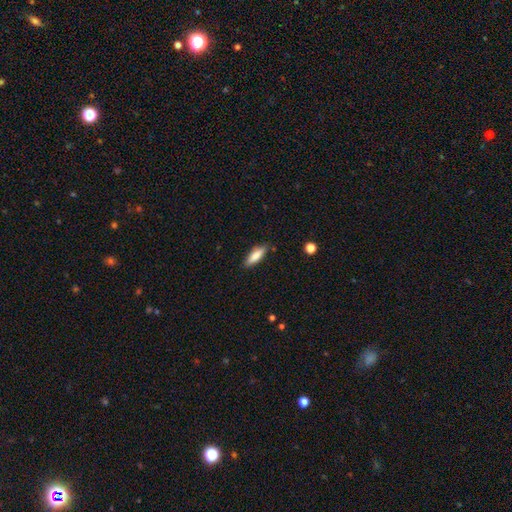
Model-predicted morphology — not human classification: smooth_or_featured: smooth (p=0.80) [alt: featured or disk p=0.14]
how_rounded: cigar-shaped (p=0.50) [alt: in between p=0.48]
merging: none (p=0.84) [alt: minor disturbance p=0.12]